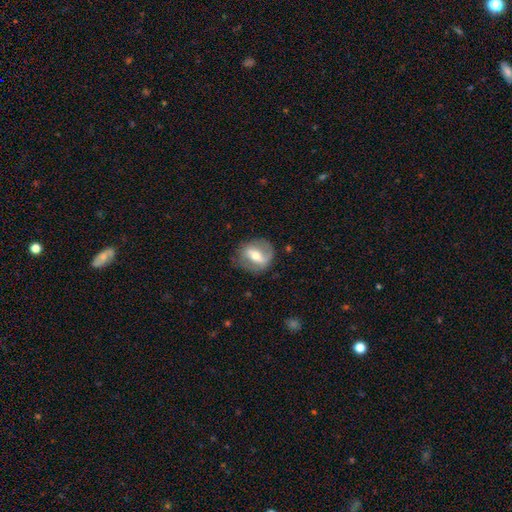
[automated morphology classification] Smooth or featured: featured or disk — 59% (smooth — 34%)
Edge-on disk: no — 88% (yes — 12%)
Bar: strong — 51% (weak — 33%)
Spiral arms: yes — 50% (tied with no — 50%)
Bulge size: moderate — 67% (small — 22%)
Merging: none — 74% (minor disturbance — 17%)